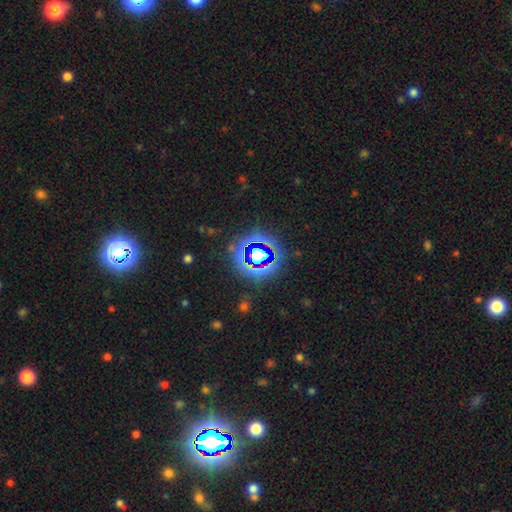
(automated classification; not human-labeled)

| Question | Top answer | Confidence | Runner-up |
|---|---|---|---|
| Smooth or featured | star or artifact | 66% | smooth (22%) |